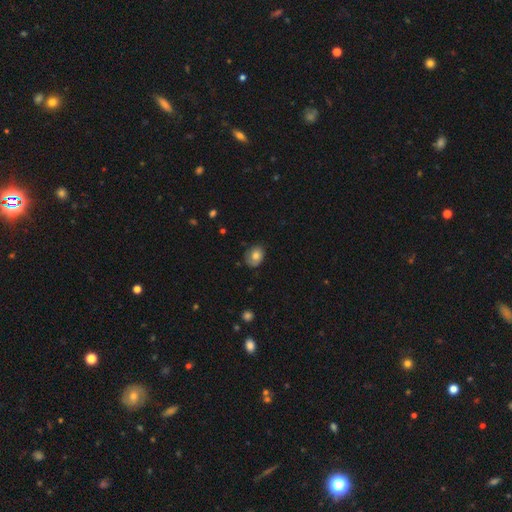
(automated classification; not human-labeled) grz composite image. It shows a smooth galaxy with no disk features (77%) that is in between round and cigar-shaped (60%). Merging: none (76%).